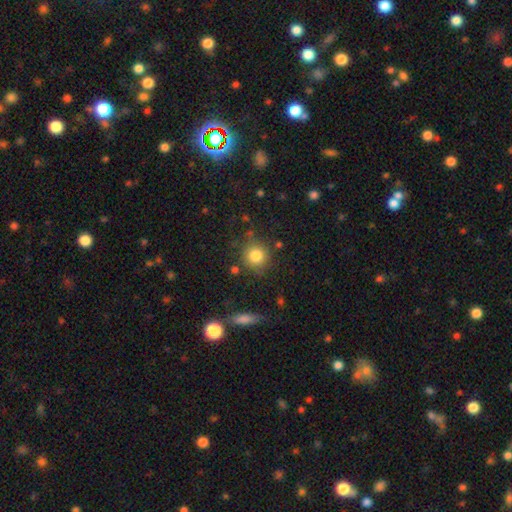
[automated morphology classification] Smooth or featured: smooth — 82% (star or artifact — 10%)
How rounded: round — 91% (in between — 8%)
Merging: none — 79% (minor disturbance — 12%)